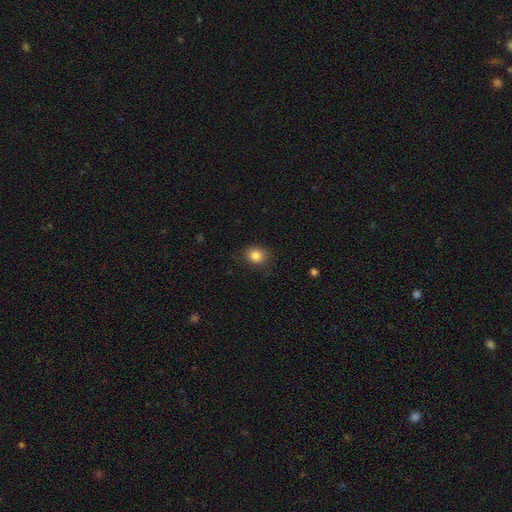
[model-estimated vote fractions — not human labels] Q: Smooth or featured?
A: smooth (85%); runner-up: star or artifact (10%)
Q: How rounded?
A: round (64%); runner-up: in between (36%)
Q: Merging?
A: none (82%); runner-up: minor disturbance (14%)